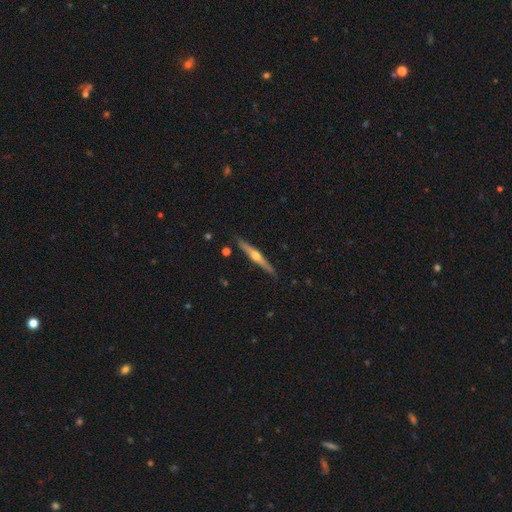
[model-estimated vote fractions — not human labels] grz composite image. It shows a featured or disk galaxy (73%) viewed edge-on (98%) with a rounded central bulge (92%). Merging: none (90%).